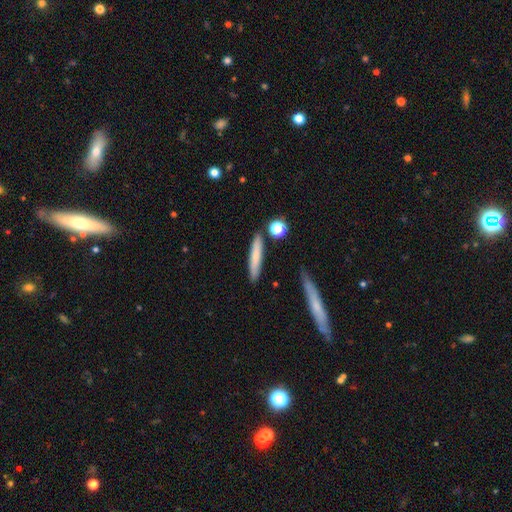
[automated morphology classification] The model was most divided on "smooth or featured": smooth: 71%, featured or disk: 22%, star or artifact: 6%. More confident: how rounded — cigar-shaped (90%); merging — none (83%).